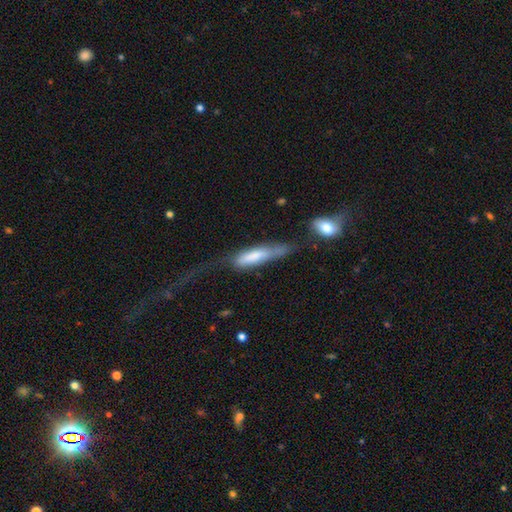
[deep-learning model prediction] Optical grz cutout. It shows a smooth galaxy with no disk features (55%) that is cigar-shaped (65%). Merging: major disturbance (42%).